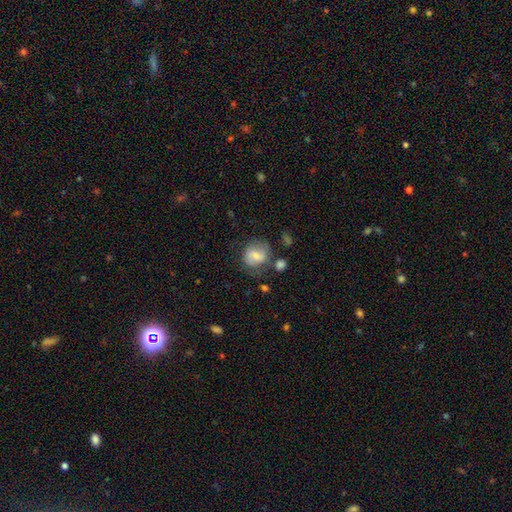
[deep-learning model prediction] smooth 60%, featured or disk 32%, star or artifact 8%. Down the decision tree: how rounded — round (69%); merging — none (59%).